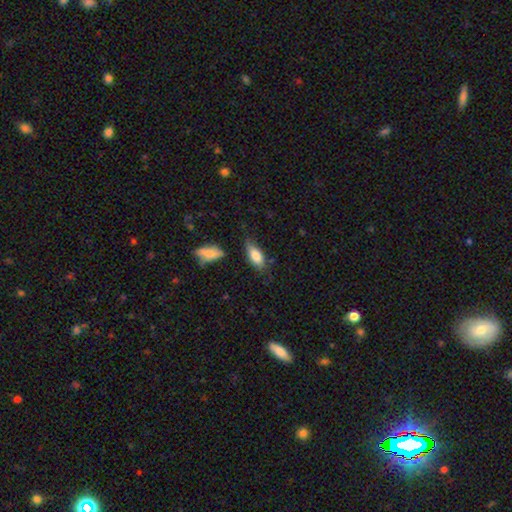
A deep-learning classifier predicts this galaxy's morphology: Smooth or featured?
  - smooth: 80% *
  - featured or disk: 13%
  - star or artifact: 7%
How rounded?
  - in between: 85% *
  - cigar-shaped: 12%
  - round: 3%
Merging?
  - none: 62% *
  - minor disturbance: 27%
  - major disturbance: 6%
  - merger: 5%